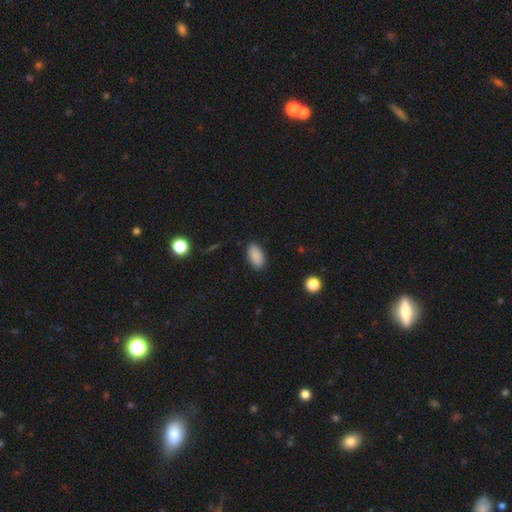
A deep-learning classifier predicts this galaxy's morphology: Smooth or featured? smooth (89%)
How rounded? in between (93%)
Merging? none (88%)